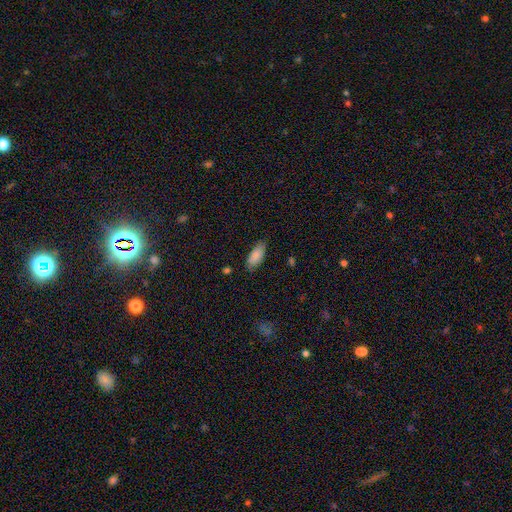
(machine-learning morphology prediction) smooth_or_featured: smooth (p=0.84) [alt: featured or disk p=0.09]
how_rounded: in between (p=0.84) [alt: cigar-shaped p=0.14]
merging: none (p=0.78) [alt: minor disturbance p=0.18]